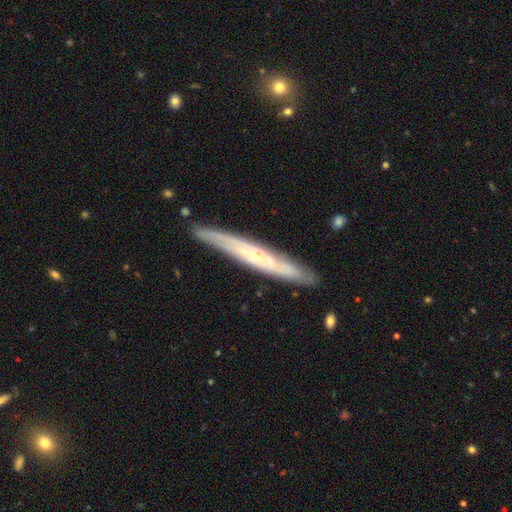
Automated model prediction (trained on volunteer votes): A featured or disk galaxy (65%) viewed edge-on (81%) with no central bulge (63%). Merging: none (85%).